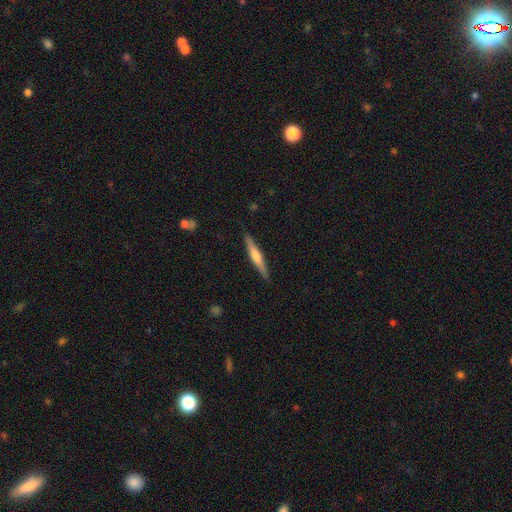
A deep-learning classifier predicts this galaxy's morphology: type=featured or disk (57%); edge-on=yes (97%); edge-on bulge=rounded (72%); merging=none (89%).